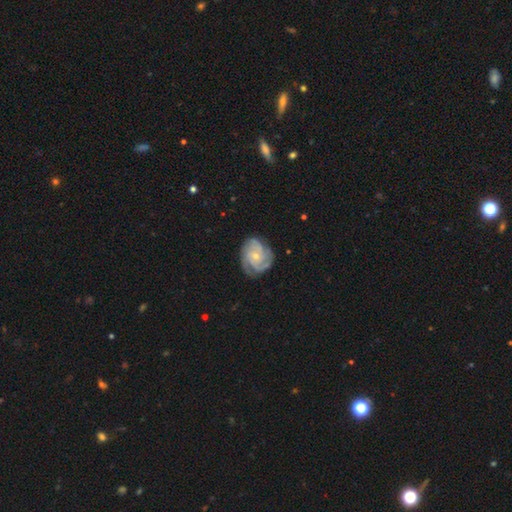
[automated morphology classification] type=featured or disk (82%); edge-on=no (98%); bar=no (75%); spiral arms=yes (96%); winding=tight (55%); arm count=3 (38%); bulge=small (68%); merging=none (73%).